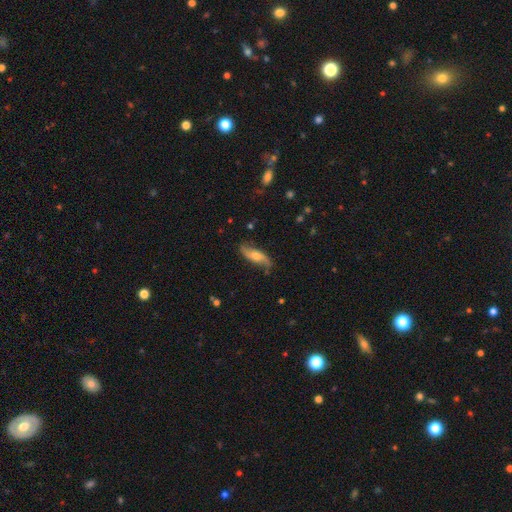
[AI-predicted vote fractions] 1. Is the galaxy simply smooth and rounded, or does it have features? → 65% featured or disk, 28% smooth, 7% star or artifact.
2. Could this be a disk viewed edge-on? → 76% no, 24% yes.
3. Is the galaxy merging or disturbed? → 77% none, 17% minor disturbance, 4% major disturbance, 2% merger.